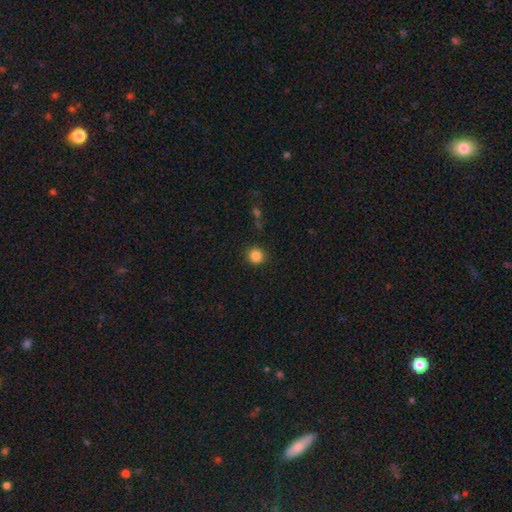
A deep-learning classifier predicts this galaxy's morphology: smooth 85%, star or artifact 11%, featured or disk 4%. Down the decision tree: how rounded — round (89%); merging — none (88%).